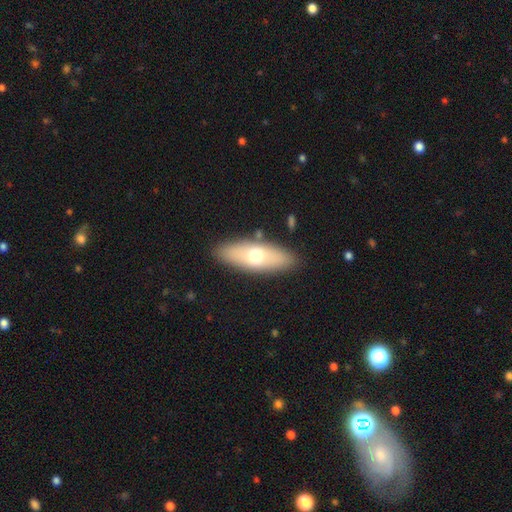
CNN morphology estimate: This is possibly a smooth galaxy (59%). How rounded: likely in between (66%). Merging: clearly none (87%).